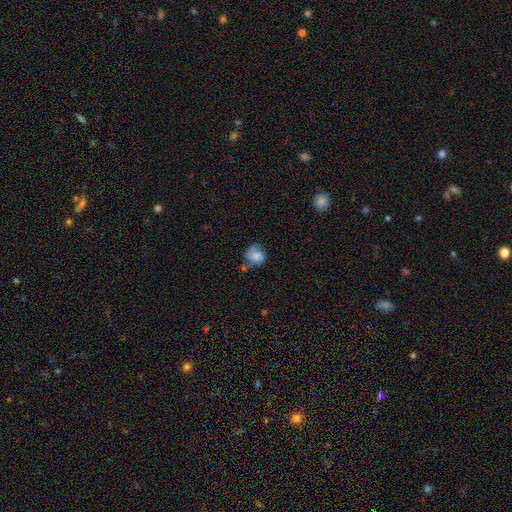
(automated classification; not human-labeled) This appears to be a smooth galaxy with no disk features (67%) that is round (70%). Merging: none (47%).